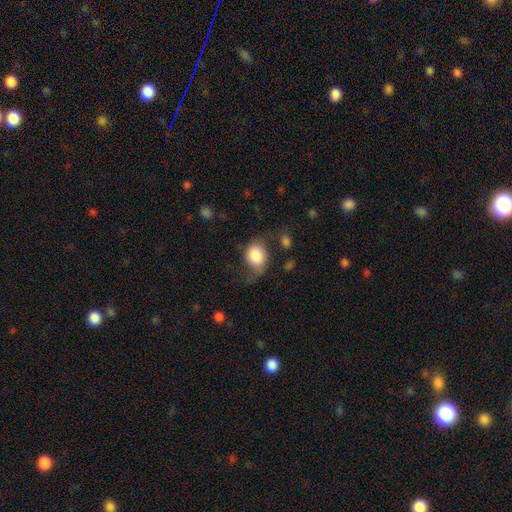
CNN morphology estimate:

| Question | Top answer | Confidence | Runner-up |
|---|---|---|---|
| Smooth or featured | smooth | 79% | featured or disk (14%) |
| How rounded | round | 52% | in between (47%) |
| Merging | none | 49% | minor disturbance (30%) |